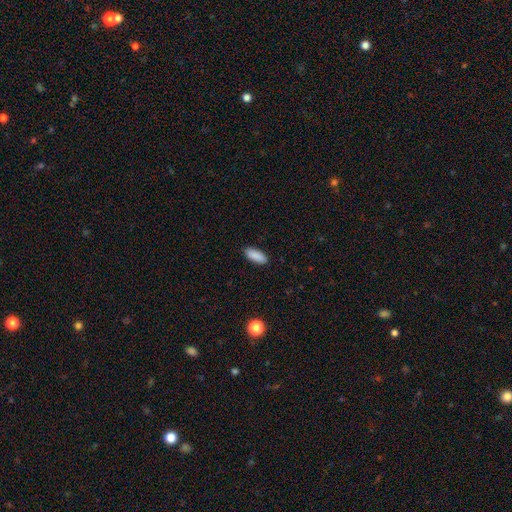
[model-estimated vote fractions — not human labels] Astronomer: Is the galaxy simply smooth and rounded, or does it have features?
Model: smooth — 89%.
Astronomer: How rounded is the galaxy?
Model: in between — 78%.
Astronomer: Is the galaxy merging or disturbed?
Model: none — 89%.